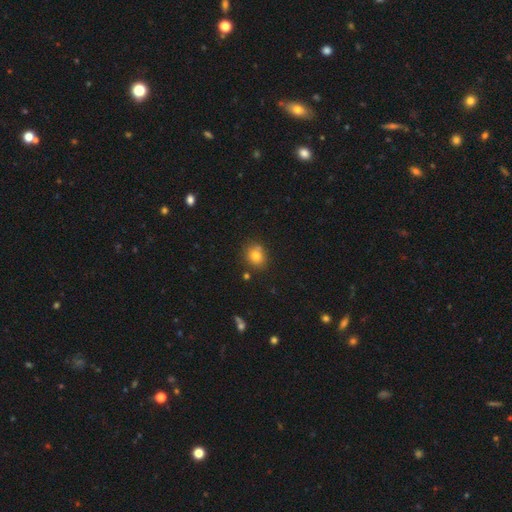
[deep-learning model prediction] smooth_or_featured: smooth (p=0.77) [alt: star or artifact p=0.13]
how_rounded: round (p=0.74) [alt: in between p=0.25]
merging: none (p=0.75) [alt: minor disturbance p=0.13]